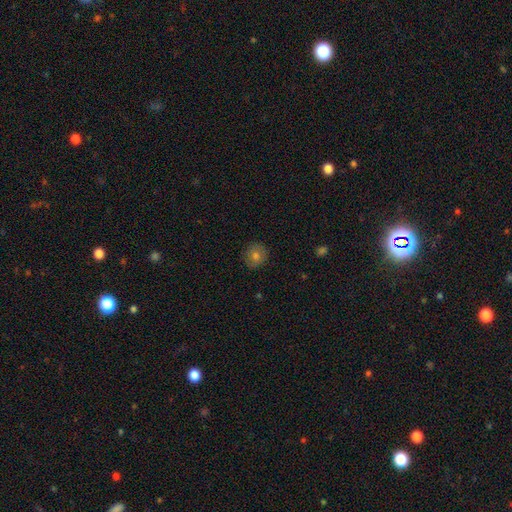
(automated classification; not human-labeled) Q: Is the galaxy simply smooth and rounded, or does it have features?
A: smooth — 74%.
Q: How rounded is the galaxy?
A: round — 90%.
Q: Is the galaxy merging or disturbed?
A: none — 88%.